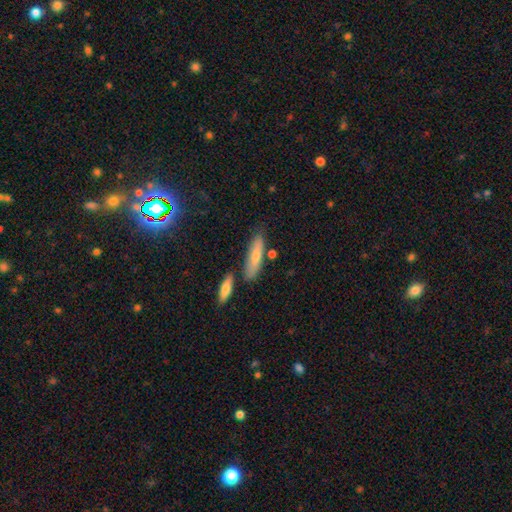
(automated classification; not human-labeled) This appears to be a smooth galaxy with no disk features (65%) that is cigar-shaped (68%). Merging: none (73%).